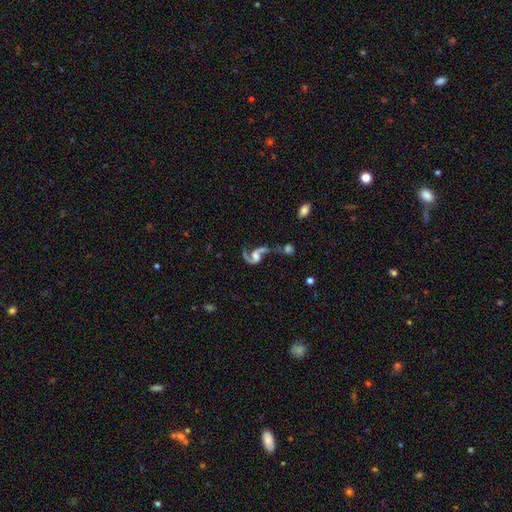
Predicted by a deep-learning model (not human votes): This is clearly a featured or disk galaxy (86%). It is clearly not viewed edge-on (97%). Bar: possibly no (50%). Spiral arm pattern: clearly yes (95%). Spiral arm count: clearly 2 (83%). Spiral winding: likely loose (73%). Central bulge: marginally moderate (38%). Merging: marginally none (35%).